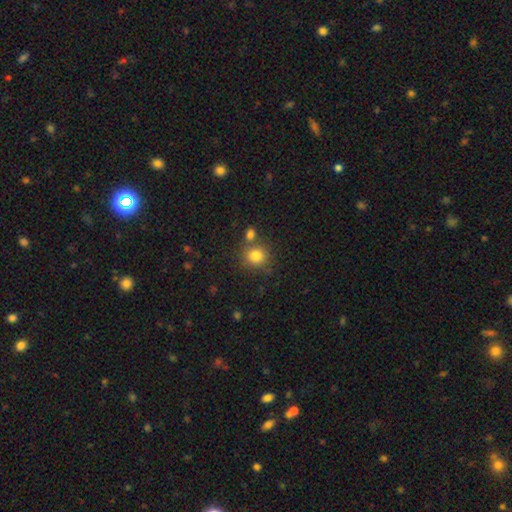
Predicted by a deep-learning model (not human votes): This is clearly a smooth galaxy (81%). How rounded: clearly round (85%). Merging: likely none (68%).